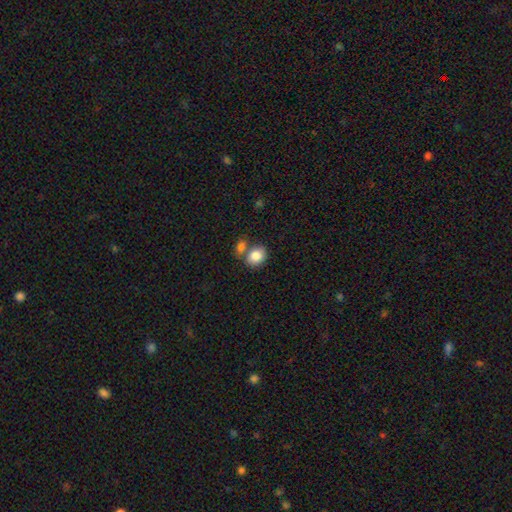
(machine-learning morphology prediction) The model was most divided on "how rounded": round: 55%, in between: 45%, cigar-shaped: 1%. More confident: smooth or featured — smooth (84%); merging — none (51%).